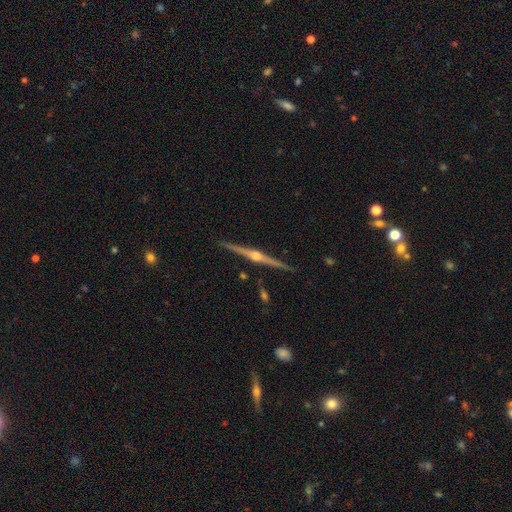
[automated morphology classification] This is clearly a featured or disk galaxy (90%). It is clearly viewed edge-on (99%). Edge-on bulge: clearly rounded (94%). Merging: clearly none (92%).